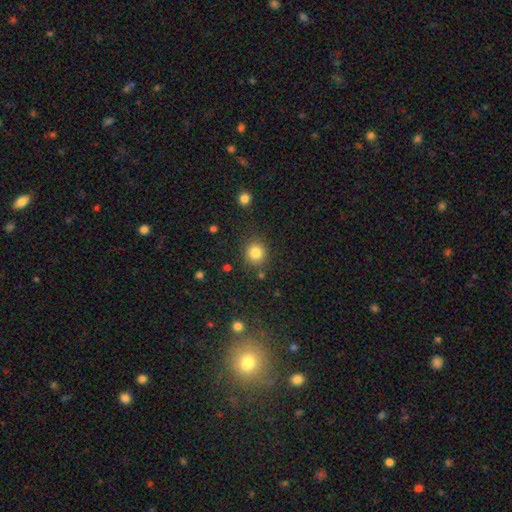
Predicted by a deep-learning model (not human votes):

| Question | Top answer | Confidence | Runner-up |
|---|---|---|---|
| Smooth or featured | smooth | 84% | star or artifact (11%) |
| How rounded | round | 85% | in between (14%) |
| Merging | none | 83% | minor disturbance (9%) |